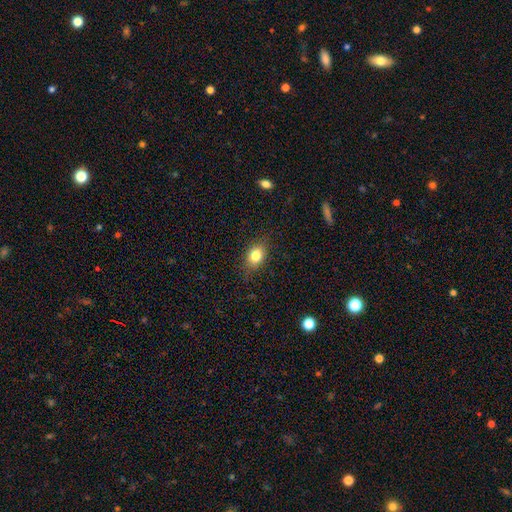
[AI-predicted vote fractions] This appears to be a smooth galaxy with no disk features (81%) that is in between round and cigar-shaped (67%). Merging: none (82%).